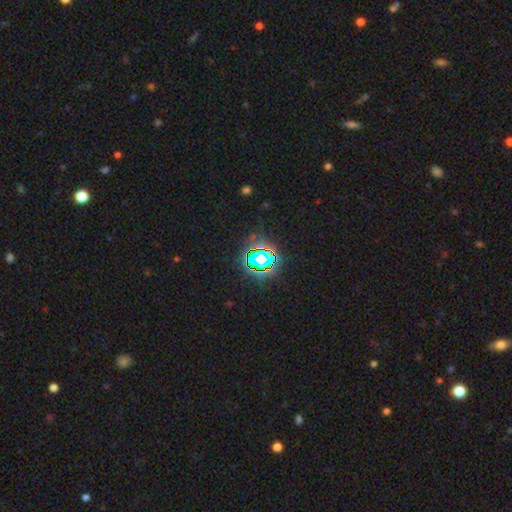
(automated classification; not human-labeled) star or artifact 76%, smooth 14%, featured or disk 10%.